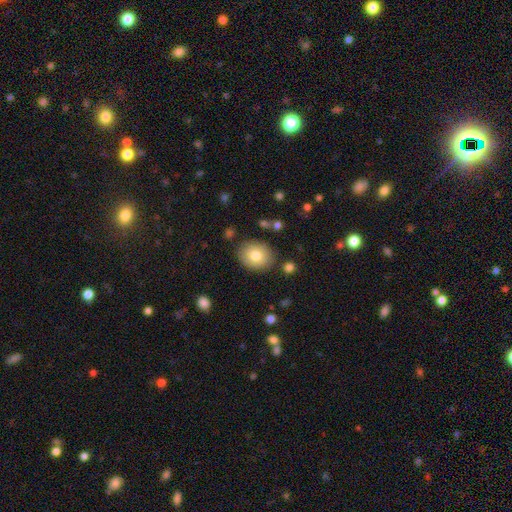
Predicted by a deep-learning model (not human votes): Smooth or featured?
  - smooth: 78% *
  - featured or disk: 13%
  - star or artifact: 9%
How rounded?
  - round: 57% *
  - in between: 42%
  - cigar-shaped: 1%
Merging?
  - none: 84% *
  - minor disturbance: 10%
  - major disturbance: 3%
  - merger: 3%